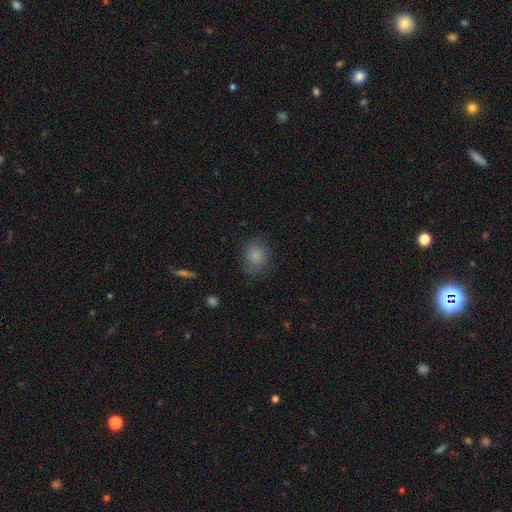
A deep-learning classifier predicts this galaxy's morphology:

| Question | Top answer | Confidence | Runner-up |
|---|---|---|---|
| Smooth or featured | smooth | 83% | star or artifact (9%) |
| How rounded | round | 65% | in between (34%) |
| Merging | none | 73% | minor disturbance (19%) |